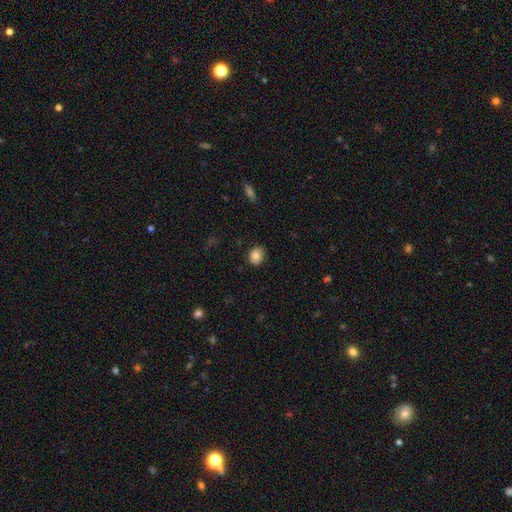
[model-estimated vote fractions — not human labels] smooth-or-featured: smooth: 81% | featured or disk: 11% | star or artifact: 9%
  how-rounded: round: 53% | in between: 46% | cigar-shaped: 1%
  merging: none: 86% | minor disturbance: 10% | major disturbance: 2% | merger: 1%